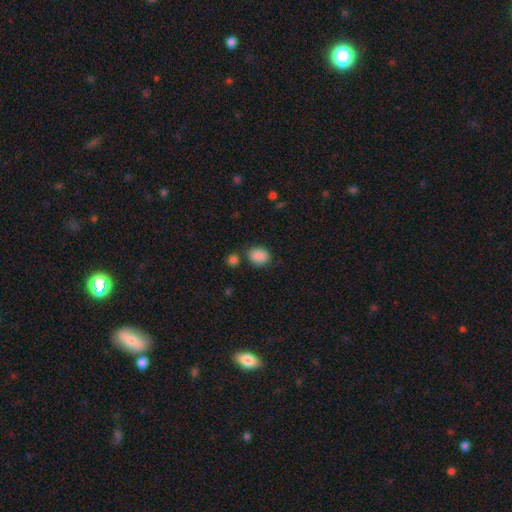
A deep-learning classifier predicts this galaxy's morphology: A smooth galaxy with no disk features (88%) that is in between round and cigar-shaped (53%).

Vote fractions:
- Smooth or featured? smooth: 88% / star or artifact: 8% / featured or disk: 4%
- How rounded? in between: 53% / round: 46% / cigar-shaped: 1%
- Merging? none: 75% / minor disturbance: 14% / merger: 7% / major disturbance: 4%